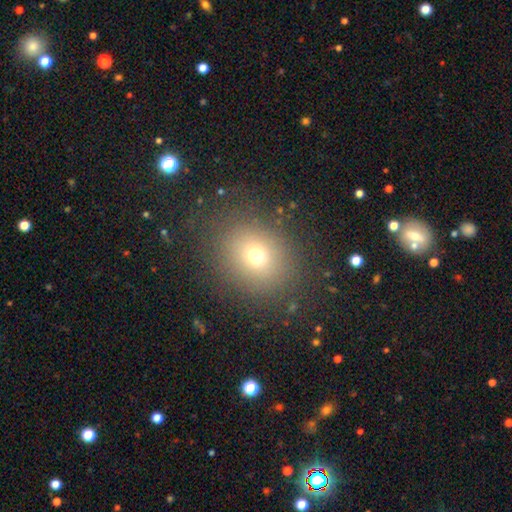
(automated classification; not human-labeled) Q: Smooth or featured?
A: smooth (69%); runner-up: star or artifact (18%)
Q: How rounded?
A: round (66%); runner-up: in between (33%)
Q: Merging?
A: none (82%); runner-up: minor disturbance (10%)